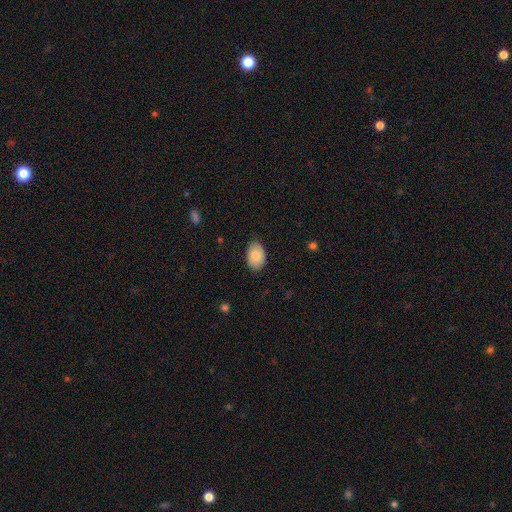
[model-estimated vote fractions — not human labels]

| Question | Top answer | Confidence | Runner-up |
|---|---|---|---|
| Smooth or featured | smooth | 81% | featured or disk (12%) |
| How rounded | in between | 87% | round (12%) |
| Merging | none | 86% | minor disturbance (11%) |